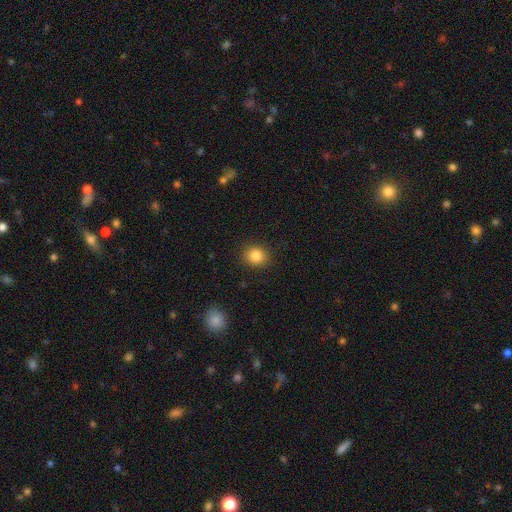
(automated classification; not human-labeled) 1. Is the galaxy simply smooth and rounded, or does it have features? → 85% smooth, 10% star or artifact, 5% featured or disk.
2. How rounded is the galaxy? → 77% round, 22% in between, 1% cigar-shaped.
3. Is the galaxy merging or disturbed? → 89% none, 7% minor disturbance, 2% major disturbance, 1% merger.